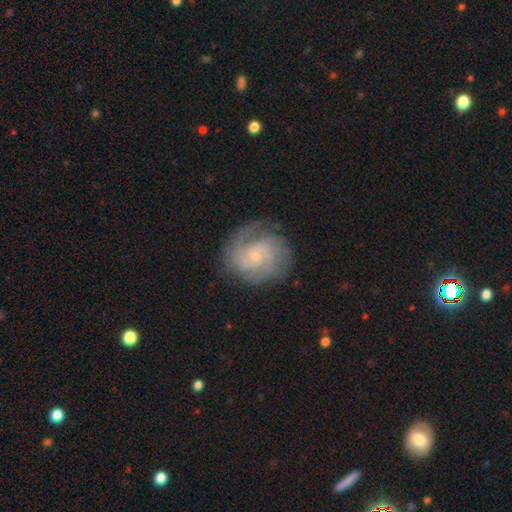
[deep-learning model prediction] This appears to be a featured or disk galaxy (79%) with no bar (67%), 2 (34%) tight (55%) spiral arms (95%) and a small central bulge (79%). Merging: none (74%).